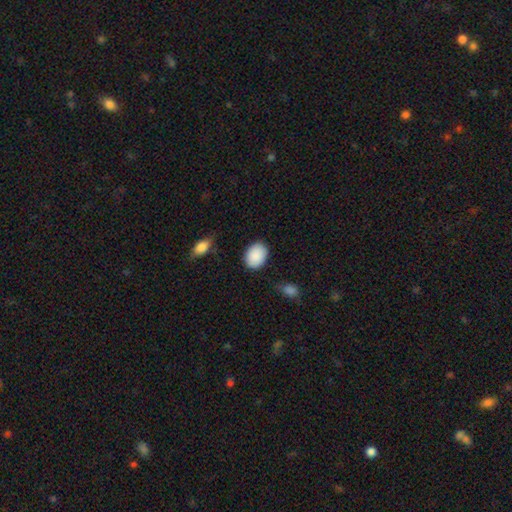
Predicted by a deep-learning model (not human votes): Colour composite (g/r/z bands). It shows a smooth galaxy with no disk features (90%) that is in between round and cigar-shaped (72%). Merging: none (82%).